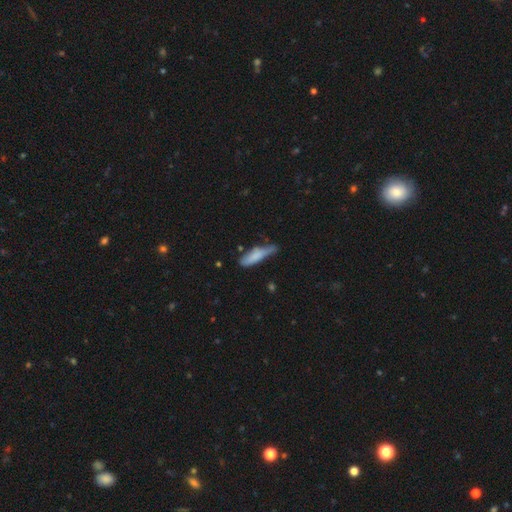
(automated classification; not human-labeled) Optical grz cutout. It shows a smooth galaxy with no disk features (73%) that is cigar-shaped (67%). Merging: none (42%).